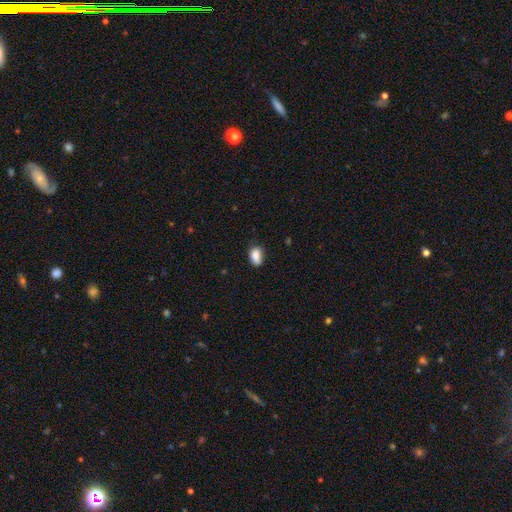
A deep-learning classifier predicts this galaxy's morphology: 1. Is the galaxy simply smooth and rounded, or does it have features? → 86% smooth, 8% star or artifact, 5% featured or disk.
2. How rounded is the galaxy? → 85% in between, 13% round, 2% cigar-shaped.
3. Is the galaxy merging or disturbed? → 69% none, 25% minor disturbance, 4% major disturbance, 2% merger.